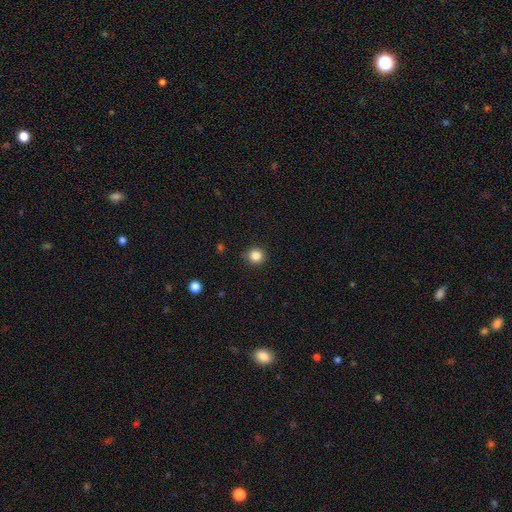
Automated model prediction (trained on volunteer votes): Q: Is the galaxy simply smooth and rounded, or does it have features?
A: smooth — 85%.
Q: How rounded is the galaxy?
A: round — 89%.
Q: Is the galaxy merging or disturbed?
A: none — 84%.